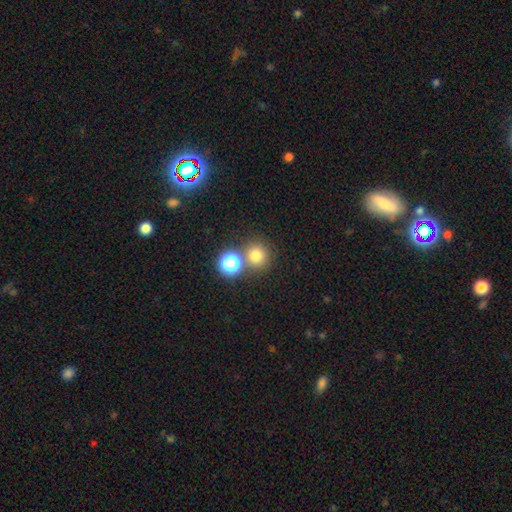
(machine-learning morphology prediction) smooth_or_featured: smooth (p=0.75) [alt: star or artifact p=0.18]
how_rounded: round (p=0.92) [alt: in between p=0.07]
merging: none (p=0.70) [alt: merger p=0.20]